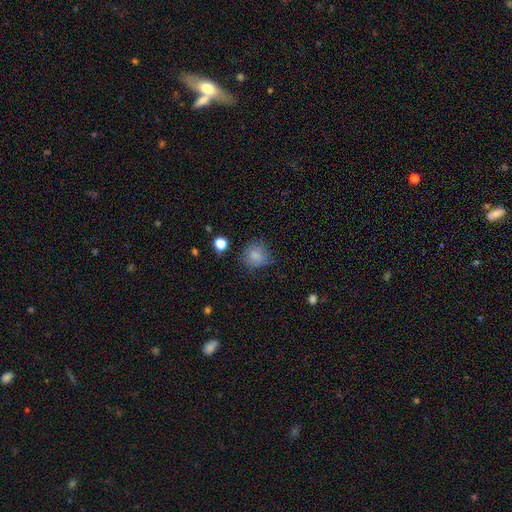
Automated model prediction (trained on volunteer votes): A smooth galaxy with no disk features (79%) that is round (82%). Merging: none (69%).